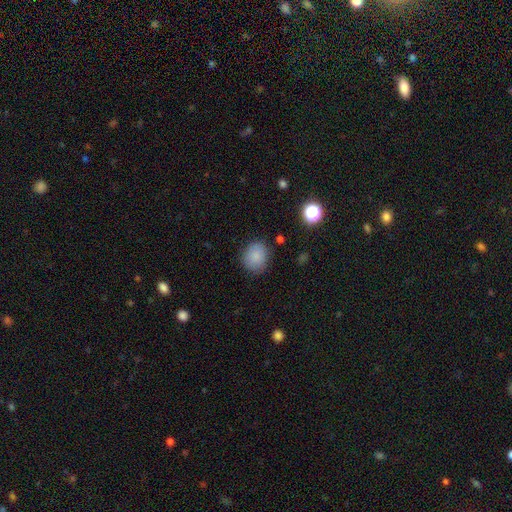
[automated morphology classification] Q: Smooth or featured?
A: smooth (84%); runner-up: star or artifact (10%)
Q: How rounded?
A: round (70%); runner-up: in between (29%)
Q: Merging?
A: none (82%); runner-up: minor disturbance (13%)